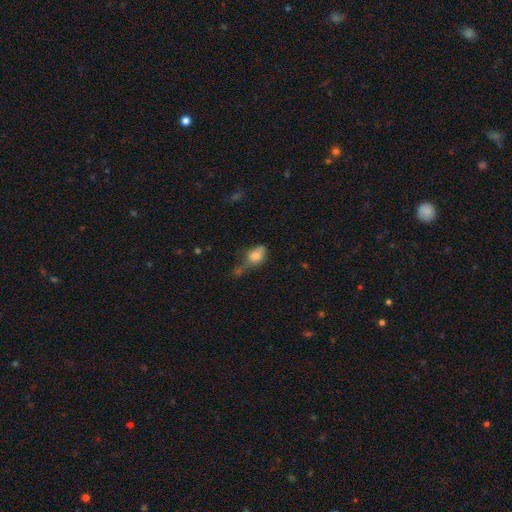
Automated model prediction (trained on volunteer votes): The model was most divided on "merging": none: 33%, minor disturbance: 28%, merger: 20%, major disturbance: 18%. More confident: smooth or featured — smooth (76%); how rounded — in between (76%).